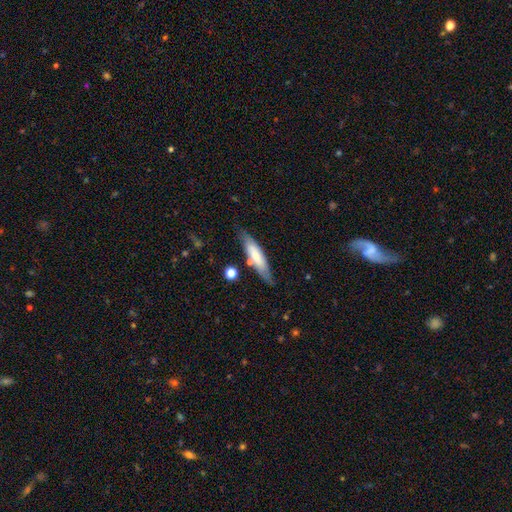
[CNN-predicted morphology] smooth 64%, featured or disk 30%, star or artifact 6%. Down the decision tree: how rounded — cigar-shaped (77%); merging — none (72%).